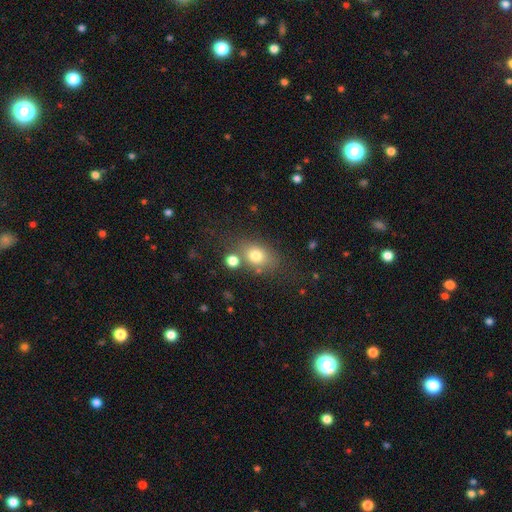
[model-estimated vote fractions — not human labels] Q: Smooth or featured?
A: smooth (76%); runner-up: featured or disk (12%)
Q: How rounded?
A: in between (67%); runner-up: round (31%)
Q: Merging?
A: none (63%); runner-up: merger (16%)